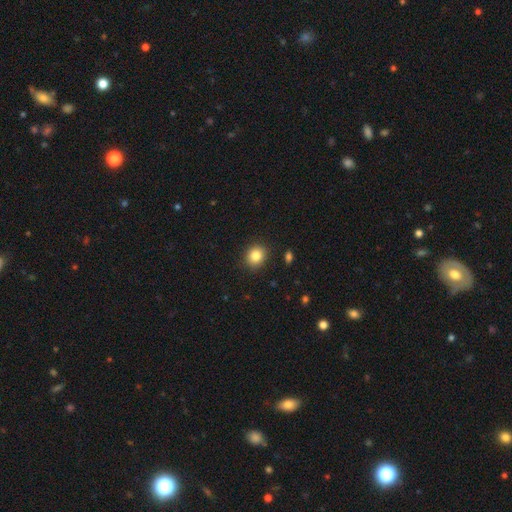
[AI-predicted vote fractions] Smooth or featured: smooth — 85% (star or artifact — 10%)
How rounded: round — 72% (in between — 27%)
Merging: none — 89% (minor disturbance — 8%)